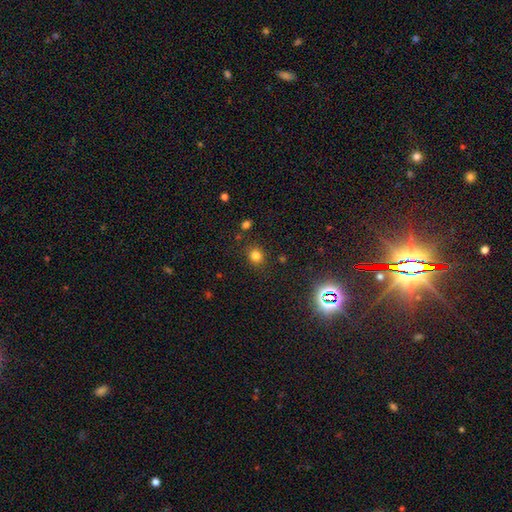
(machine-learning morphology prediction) type=smooth (79%); roundness=round (81%); merging=none (85%).